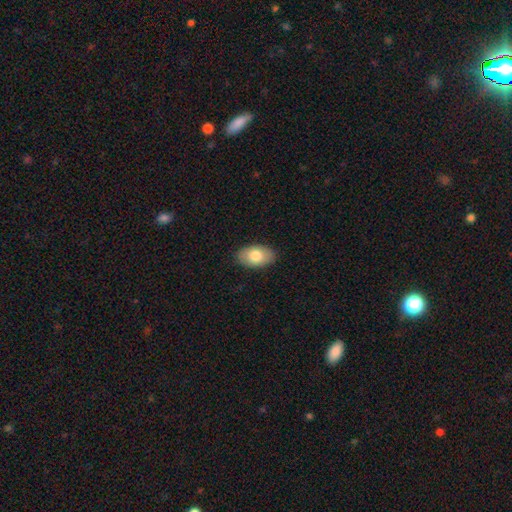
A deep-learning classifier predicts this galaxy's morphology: smooth_or_featured: smooth (p=0.79) [alt: featured or disk p=0.15]
how_rounded: in between (p=0.93) [alt: round p=0.05]
merging: none (p=0.88) [alt: minor disturbance p=0.09]